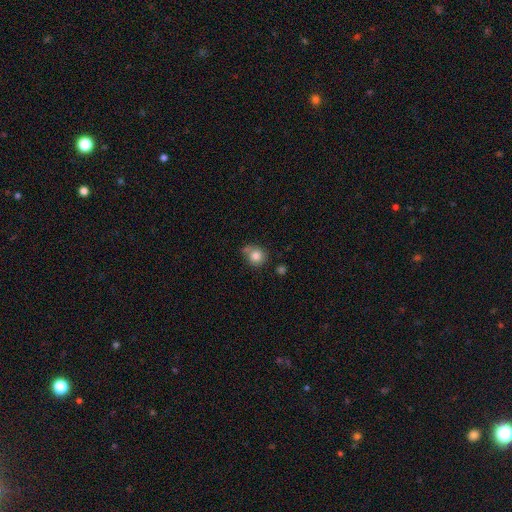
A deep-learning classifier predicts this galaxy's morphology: Smooth or featured?
  - smooth: 82% *
  - star or artifact: 10%
  - featured or disk: 8%
How rounded?
  - round: 83% *
  - in between: 16%
  - cigar-shaped: 1%
Merging?
  - none: 57% *
  - minor disturbance: 22%
  - merger: 14%
  - major disturbance: 7%